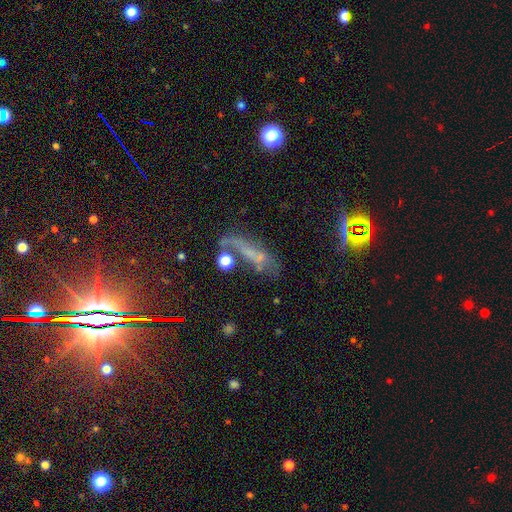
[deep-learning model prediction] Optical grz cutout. It shows a featured or disk galaxy (39%). Merging: none (40%).